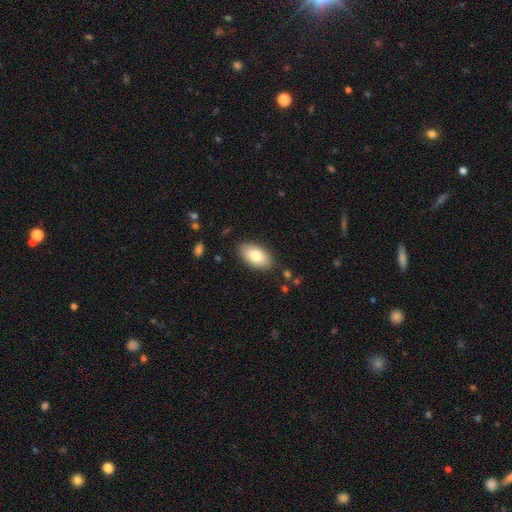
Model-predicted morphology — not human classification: A smooth galaxy with no disk features (80%) that is in between round and cigar-shaped (94%).

Vote fractions:
- Smooth or featured? smooth: 80% / featured or disk: 14% / star or artifact: 6%
- How rounded? in between: 94% / round: 4% / cigar-shaped: 2%
- Merging? none: 86% / minor disturbance: 10% / major disturbance: 2% / merger: 1%